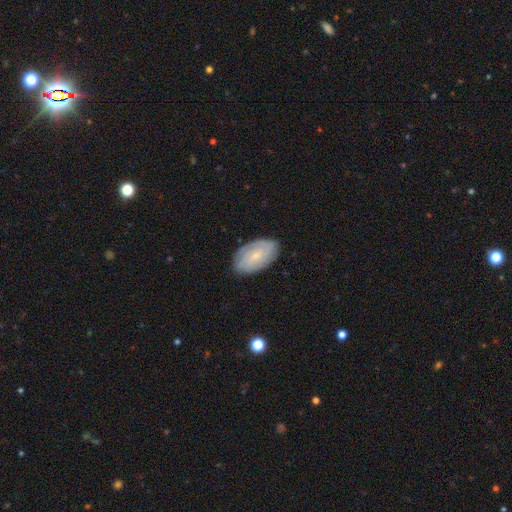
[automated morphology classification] type=featured or disk (49%); merging=none (82%).